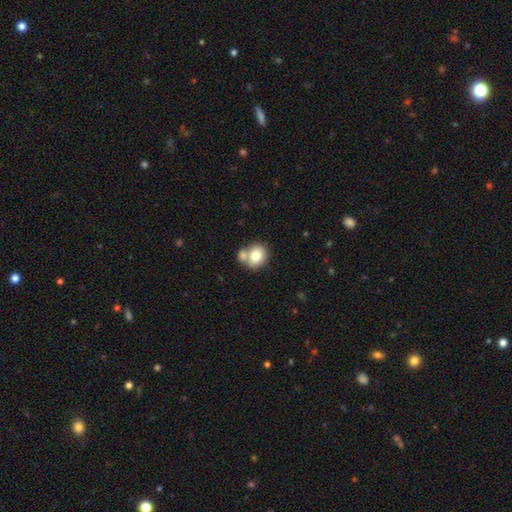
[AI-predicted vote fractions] This appears to be a smooth galaxy with no disk features (77%) that is round (62%). Merging: none (45%).